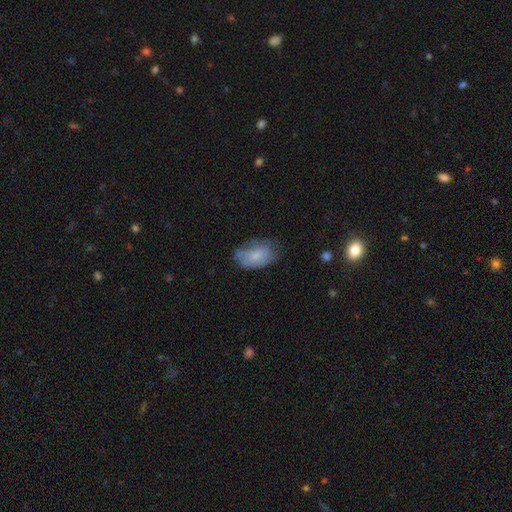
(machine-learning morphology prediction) Smooth or featured? smooth (69%)
How rounded? in between (91%)
Merging? none (50%)